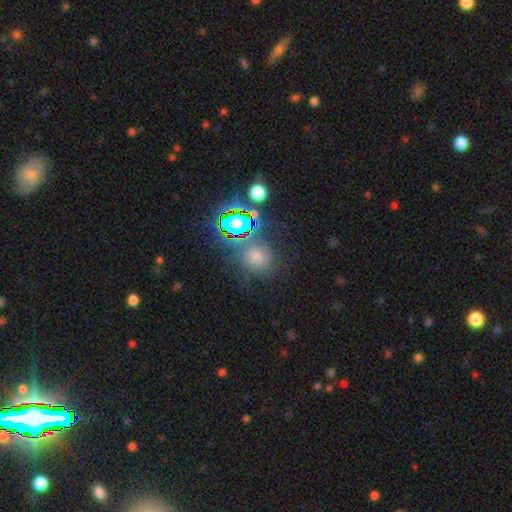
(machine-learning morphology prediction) This appears to be a star or artifact, not a galaxy (47%).